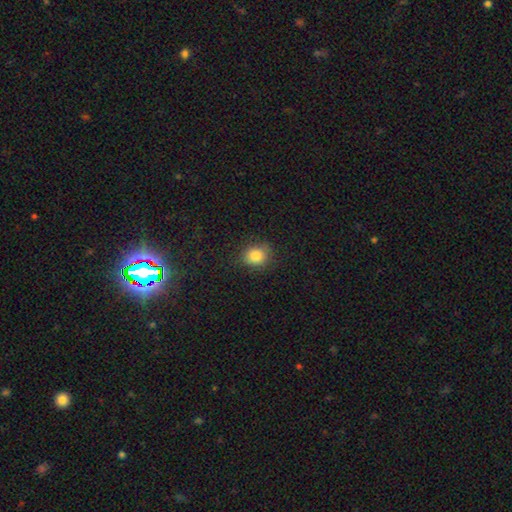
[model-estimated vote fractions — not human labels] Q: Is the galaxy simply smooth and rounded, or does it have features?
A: smooth — 84%.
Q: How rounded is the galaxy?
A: round — 69%.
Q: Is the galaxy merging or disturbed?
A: none — 82%.